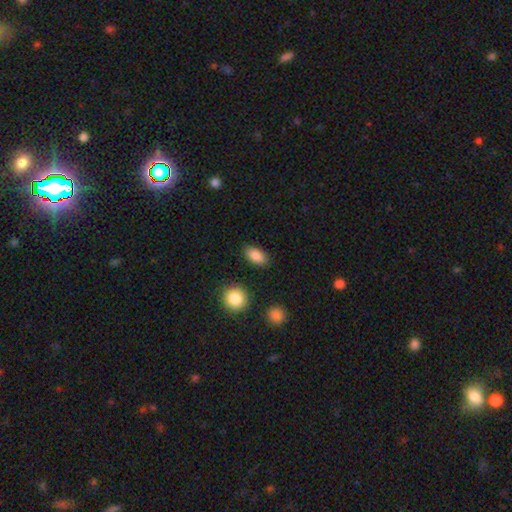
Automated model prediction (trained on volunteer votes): Smooth or featured: smooth — 86% (star or artifact — 8%)
How rounded: in between — 89% (round — 8%)
Merging: none — 87% (minor disturbance — 9%)